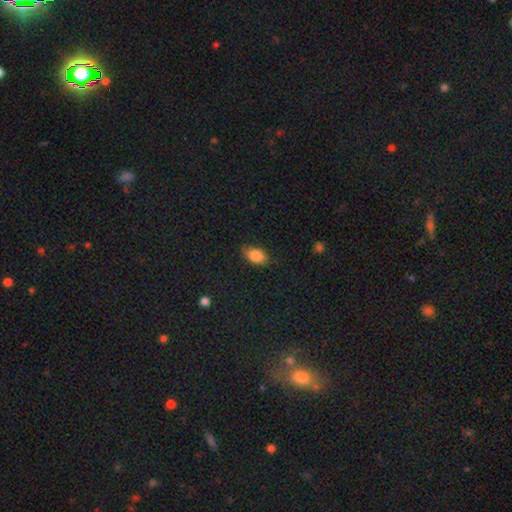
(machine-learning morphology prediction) smooth-or-featured: smooth: 83% | featured or disk: 9% | star or artifact: 8%
  how-rounded: in between: 88% | round: 9% | cigar-shaped: 3%
  merging: none: 77% | minor disturbance: 18% | major disturbance: 3% | merger: 1%